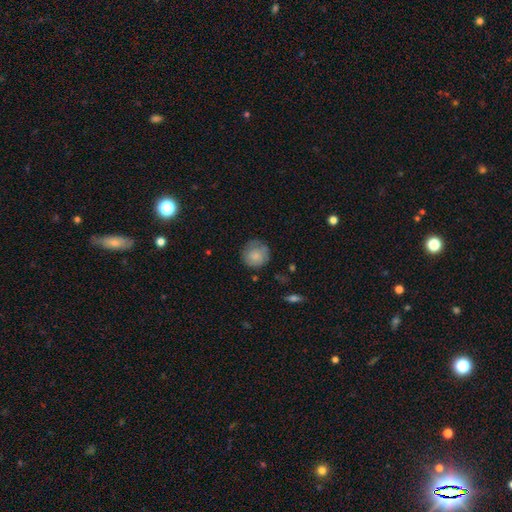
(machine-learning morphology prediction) This appears to be a smooth galaxy with no disk features (79%) that is round (90%). Merging: none (69%).